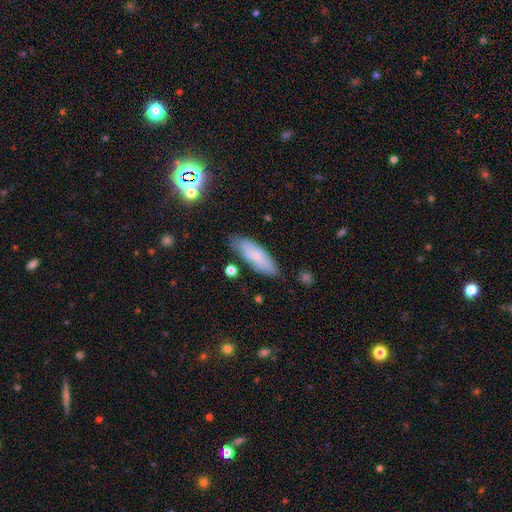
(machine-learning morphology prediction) A smooth galaxy with no disk features (67%) that is in between round and cigar-shaped (58%).

Vote fractions:
- Smooth or featured? smooth: 67% / featured or disk: 25% / star or artifact: 8%
- How rounded? in between: 58% / cigar-shaped: 40% / round: 2%
- Merging? none: 73% / minor disturbance: 20% / major disturbance: 4% / merger: 4%